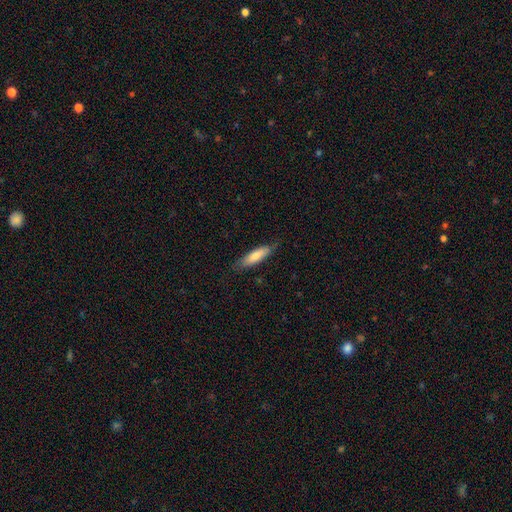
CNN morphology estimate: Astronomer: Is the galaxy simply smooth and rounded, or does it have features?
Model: smooth — 75%.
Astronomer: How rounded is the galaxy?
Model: cigar-shaped — 59% (runner-up: in between, 40%).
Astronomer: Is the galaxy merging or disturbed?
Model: none — 77%.